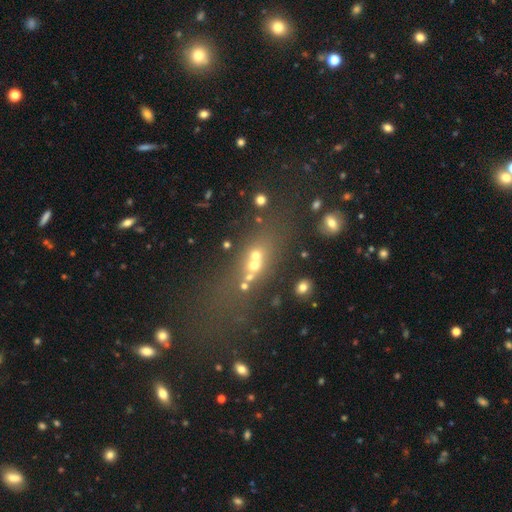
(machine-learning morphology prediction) Smooth or featured?
  - smooth: 49% *
  - star or artifact: 27%
  - featured or disk: 25%
Merging?
  - merger: 42% *
  - none: 39%
  - minor disturbance: 10%
  - major disturbance: 9%